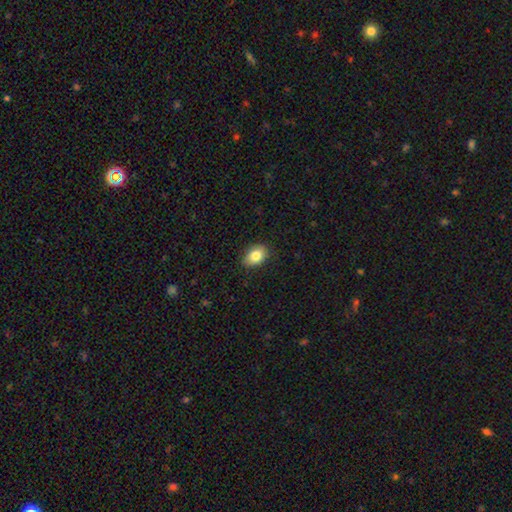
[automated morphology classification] Q: Smooth or featured?
A: smooth (83%); runner-up: featured or disk (9%)
Q: How rounded?
A: in between (82%); runner-up: round (17%)
Q: Merging?
A: none (86%); runner-up: minor disturbance (11%)